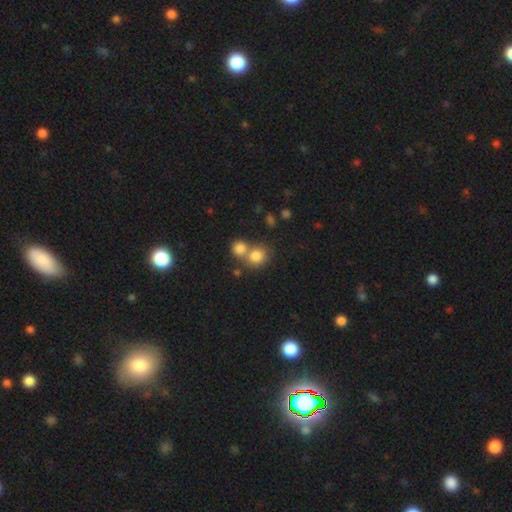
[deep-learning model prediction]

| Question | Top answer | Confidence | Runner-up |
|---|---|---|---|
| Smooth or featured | smooth | 80% | star or artifact (11%) |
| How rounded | round | 81% | in between (18%) |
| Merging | merger | 47% | none (43%) |